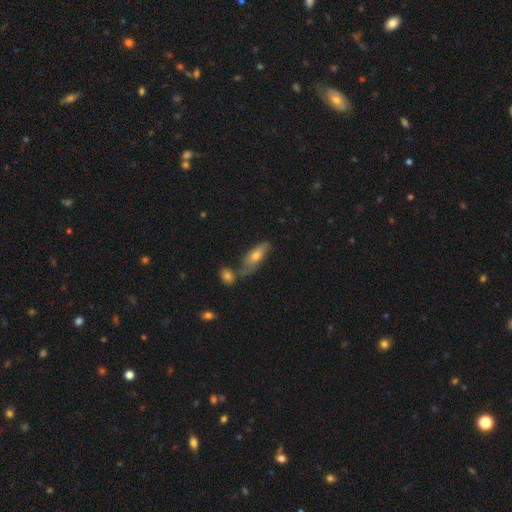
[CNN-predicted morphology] Smooth or featured? Predicted: smooth (p=0.56). How rounded? Predicted: in between (p=0.55). Merging? Predicted: none (p=0.57).